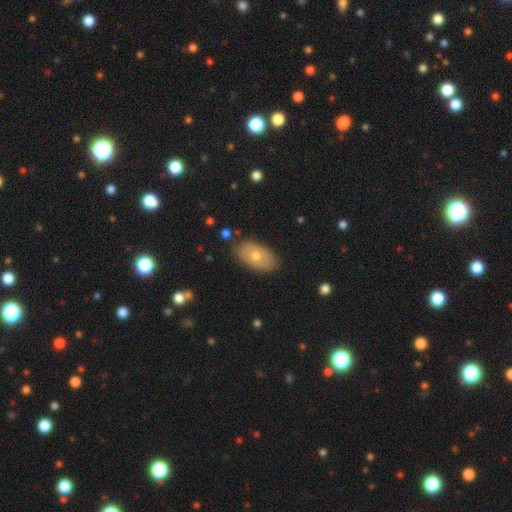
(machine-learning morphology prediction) Q: Smooth or featured?
A: smooth (56%); runner-up: featured or disk (36%)
Q: How rounded?
A: in between (91%); runner-up: round (7%)
Q: Merging?
A: none (83%); runner-up: minor disturbance (12%)